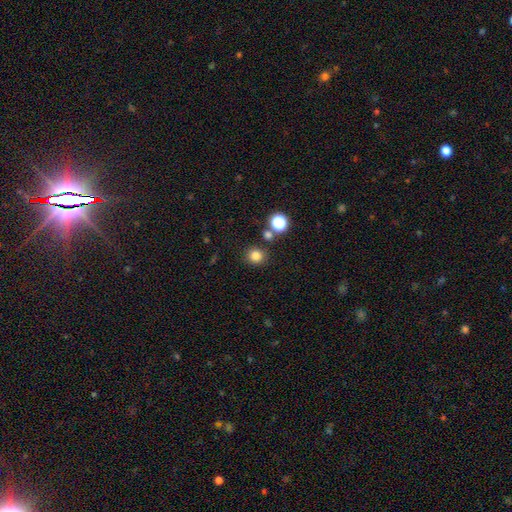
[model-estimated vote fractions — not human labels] Smooth or featured? Predicted: smooth (p=0.80). How rounded? Predicted: round (p=0.87). Merging? Predicted: none (p=0.84).